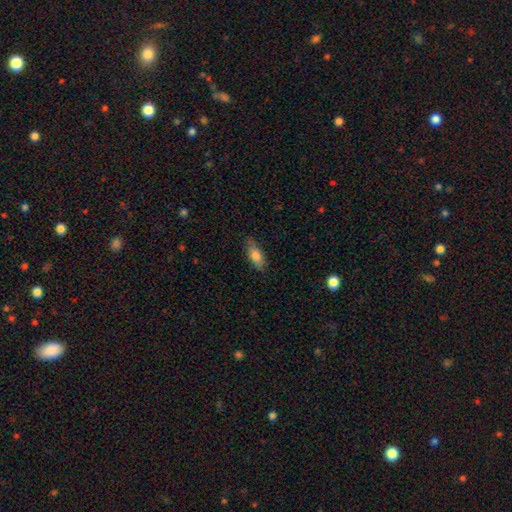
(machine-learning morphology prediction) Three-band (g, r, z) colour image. It shows a smooth galaxy with no disk features (78%) that is in between round and cigar-shaped (67%). Merging: none (82%).